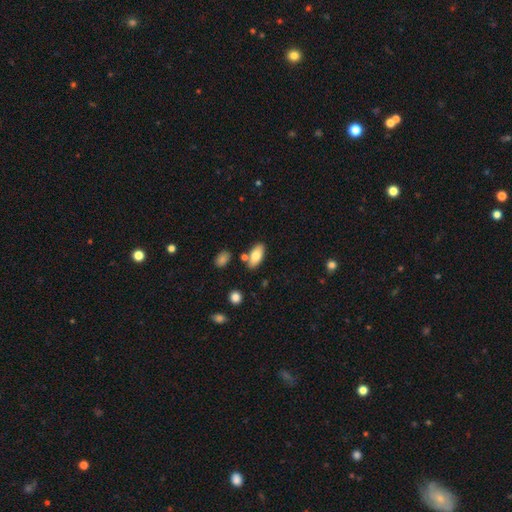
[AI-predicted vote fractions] Morphology: type=smooth (78%); roundness=in between (88%); merging=none (76%).